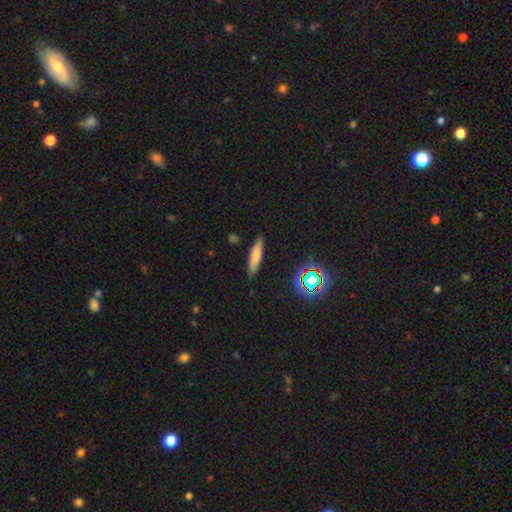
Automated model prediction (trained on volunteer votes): A smooth galaxy with no disk features (69%) that is cigar-shaped (79%). Merging: none (86%).